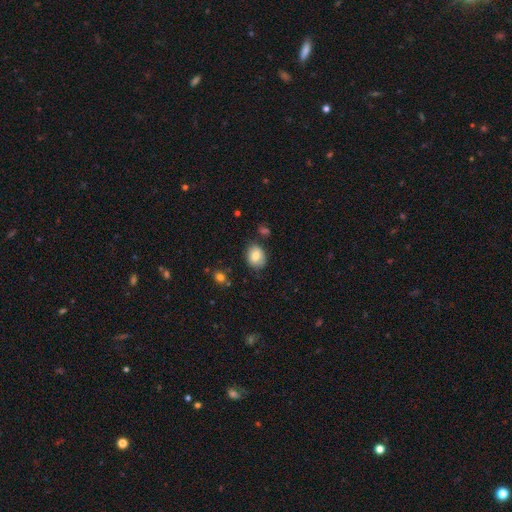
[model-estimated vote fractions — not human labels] Smooth or featured: smooth — 79% (featured or disk — 13%)
How rounded: in between — 63% (round — 36%)
Merging: none — 76% (minor disturbance — 16%)